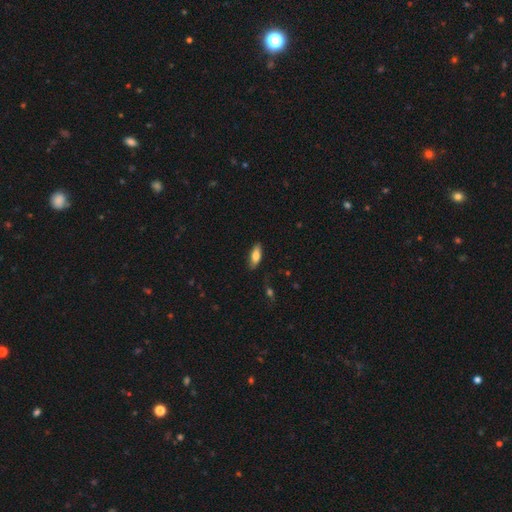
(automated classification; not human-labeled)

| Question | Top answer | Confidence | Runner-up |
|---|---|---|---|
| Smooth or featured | smooth | 81% | featured or disk (13%) |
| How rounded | in between | 74% | cigar-shaped (24%) |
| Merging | none | 83% | minor disturbance (13%) |